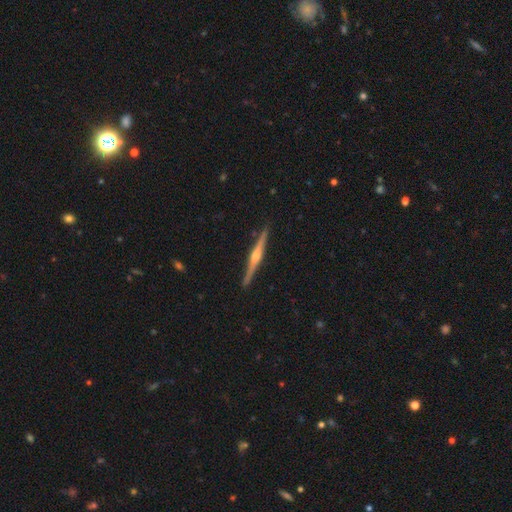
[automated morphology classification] This appears to be a featured or disk galaxy (83%) viewed edge-on (99%) with a rounded central bulge (86%). Merging: none (92%).